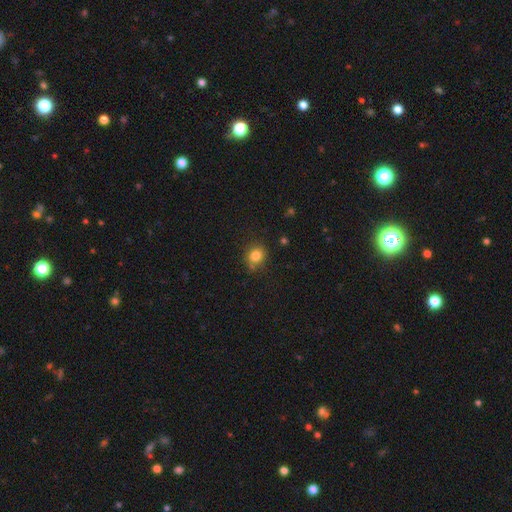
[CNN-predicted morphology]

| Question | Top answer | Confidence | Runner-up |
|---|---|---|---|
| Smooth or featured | smooth | 81% | star or artifact (12%) |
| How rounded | round | 76% | in between (23%) |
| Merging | none | 78% | minor disturbance (14%) |